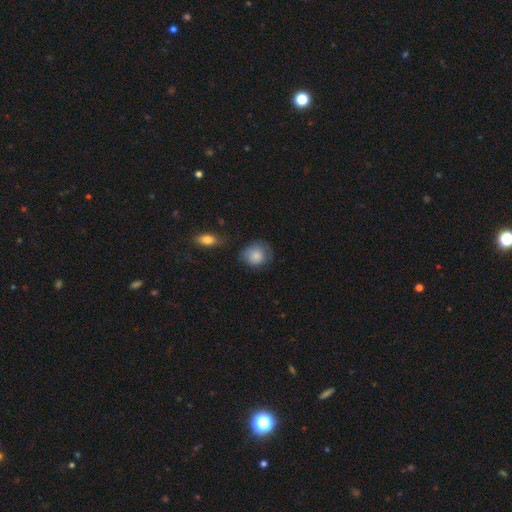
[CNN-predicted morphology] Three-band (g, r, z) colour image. It shows a smooth galaxy with no disk features (84%) that is round (76%). Merging: none (60%).